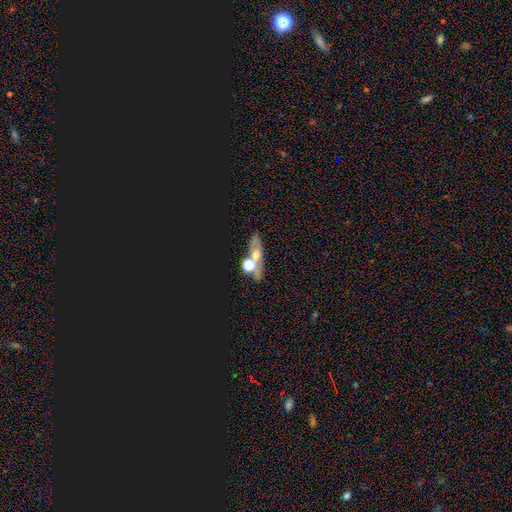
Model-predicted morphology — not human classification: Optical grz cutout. It shows a star or artifact, not a galaxy (35%).